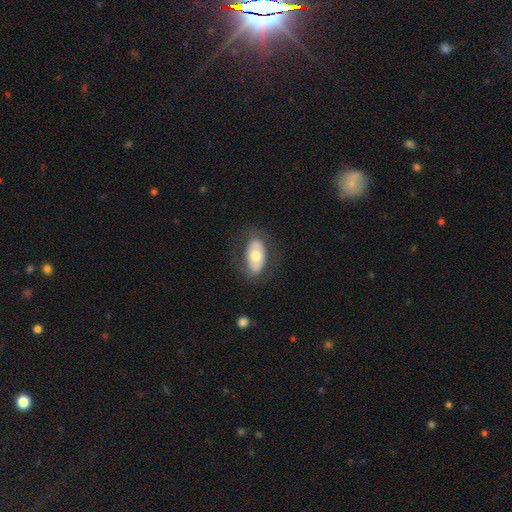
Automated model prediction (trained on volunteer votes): This appears to be a smooth galaxy with no disk features (56%) that is in between round and cigar-shaped (92%). Merging: none (76%).